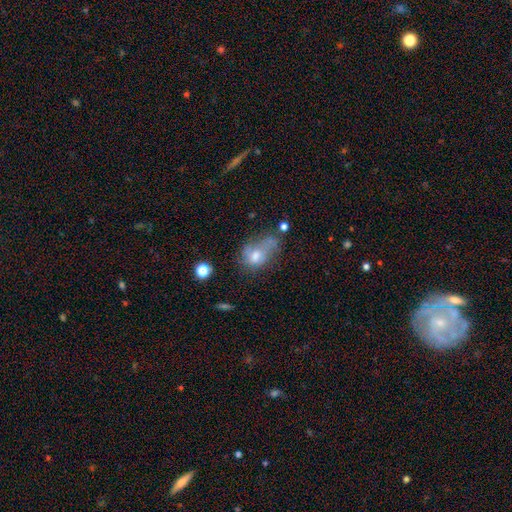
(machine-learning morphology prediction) Smooth or featured?
  - smooth: 55% *
  - featured or disk: 32%
  - star or artifact: 14%
How rounded?
  - in between: 74% *
  - round: 24%
  - cigar-shaped: 2%
Merging?
  - major disturbance: 31% *
  - none: 28%
  - minor disturbance: 27%
  - merger: 14%